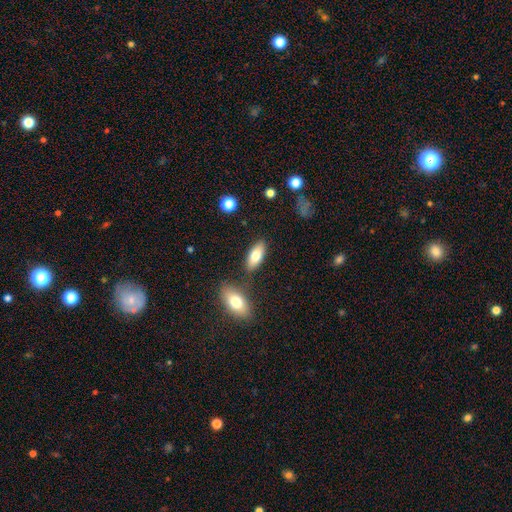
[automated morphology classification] The model was most divided on "smooth or featured": smooth: 76%, featured or disk: 17%, star or artifact: 7%. More confident: how rounded — in between (84%); merging — none (79%).